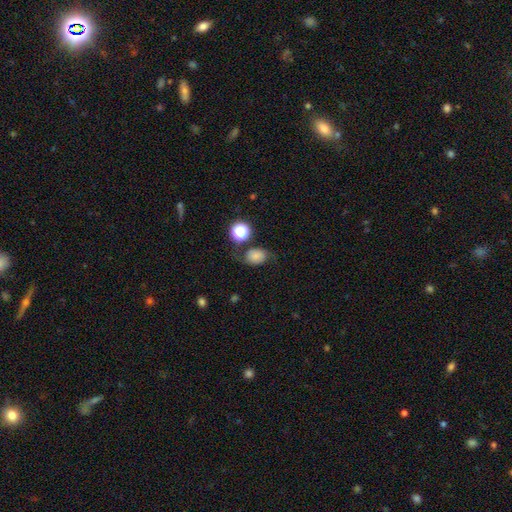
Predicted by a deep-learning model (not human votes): A smooth galaxy with no disk features (70%) that is in between round and cigar-shaped (56%). Merging: none (61%).